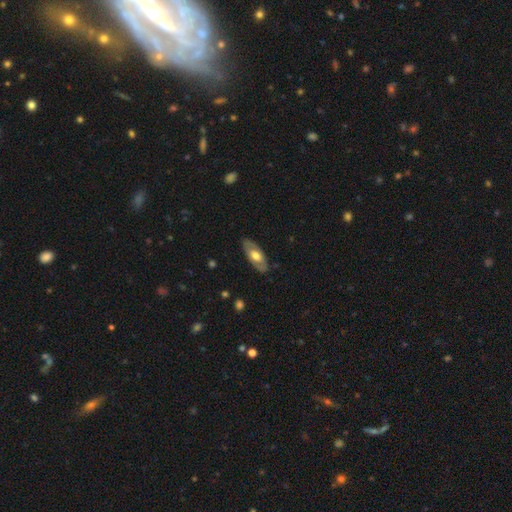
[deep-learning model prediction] Overall: featured or disk (52%; smooth 43%). Edge-on disk: no (79%). Merging: none (82%).